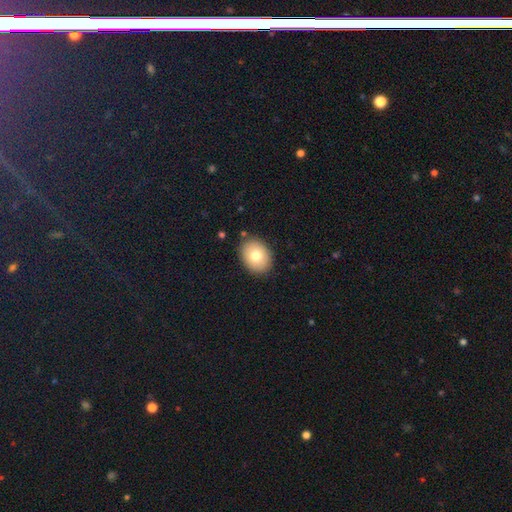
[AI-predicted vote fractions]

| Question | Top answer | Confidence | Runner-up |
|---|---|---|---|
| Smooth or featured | smooth | 76% | featured or disk (16%) |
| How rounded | in between | 60% | round (39%) |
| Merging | none | 88% | minor disturbance (8%) |